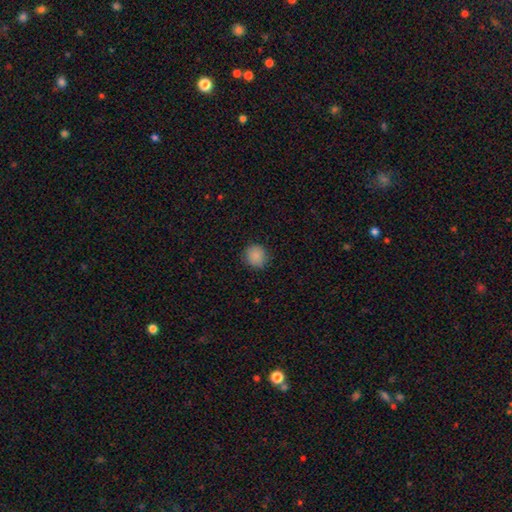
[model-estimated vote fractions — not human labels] This appears to be a smooth galaxy with no disk features (88%) that is round (89%). Merging: none (88%).